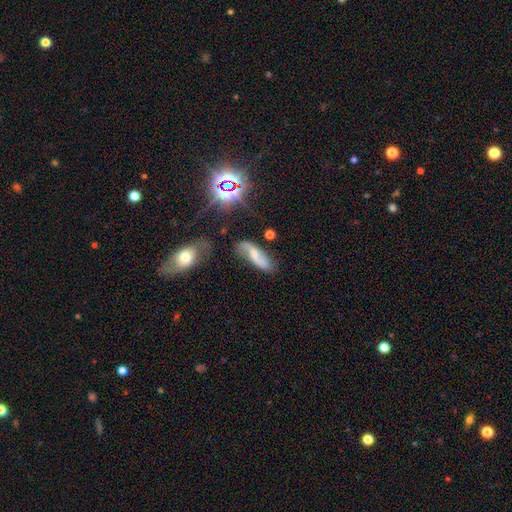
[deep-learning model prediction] smooth_or_featured: featured or disk (p=0.61) [alt: smooth p=0.28]
disk_edge_on: no (p=0.88) [alt: yes p=0.12]
bar: weak (p=0.40) [alt: no p=0.37]
has_spiral_arms: yes (p=0.89) [alt: no p=0.11]
bulge_size: small (p=0.44) [alt: moderate p=0.33]
merging: none (p=0.67) [alt: minor disturbance p=0.20]